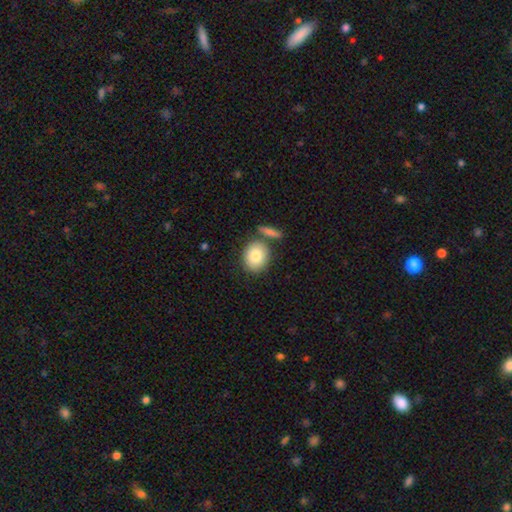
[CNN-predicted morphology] This is clearly a smooth galaxy (81%). How rounded: likely round (62%). Merging: likely none (70%).